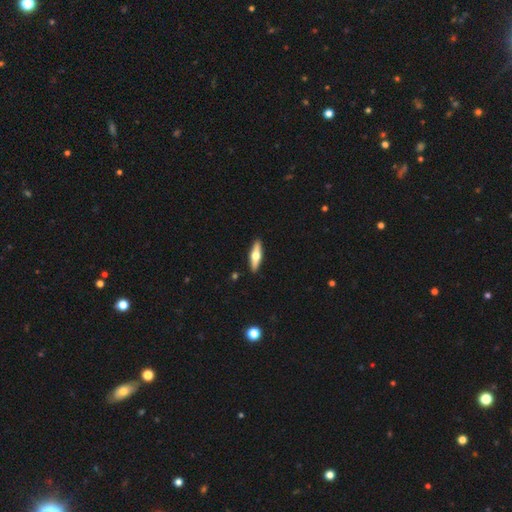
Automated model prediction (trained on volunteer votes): Smooth or featured?
  - featured or disk: 53% *
  - smooth: 42%
  - star or artifact: 5%
Edge-on disk?
  - yes: 92% *
  - no: 8%
Merging?
  - none: 91% *
  - minor disturbance: 6%
  - major disturbance: 1%
  - merger: 1%